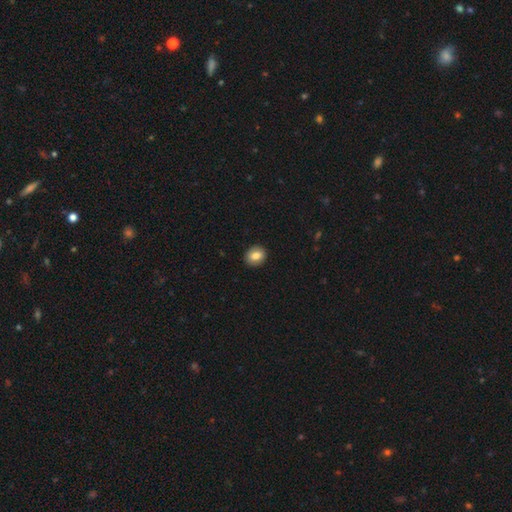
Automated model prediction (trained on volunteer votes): Q: Smooth or featured?
A: smooth (80%); runner-up: featured or disk (12%)
Q: How rounded?
A: round (64%); runner-up: in between (35%)
Q: Merging?
A: none (91%); runner-up: minor disturbance (7%)